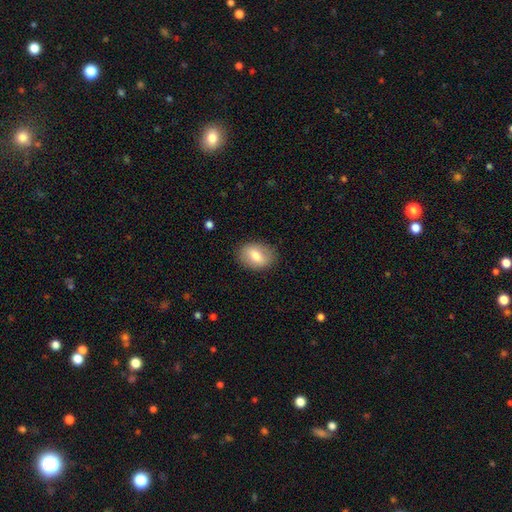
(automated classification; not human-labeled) Morphology: type=smooth (68%); roundness=in between (74%); merging=none (84%).